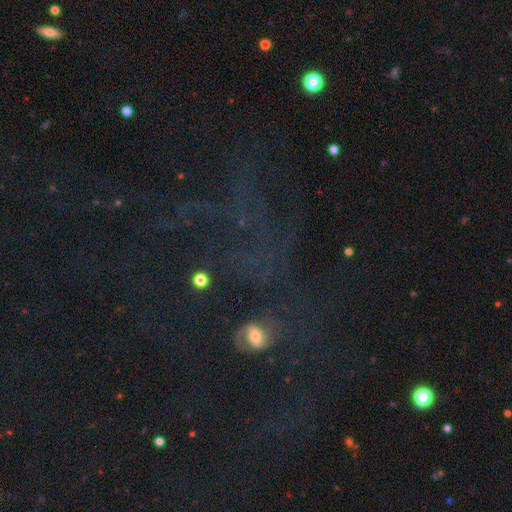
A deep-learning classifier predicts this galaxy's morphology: Smooth or featured: star or artifact — 62% (smooth — 21%)